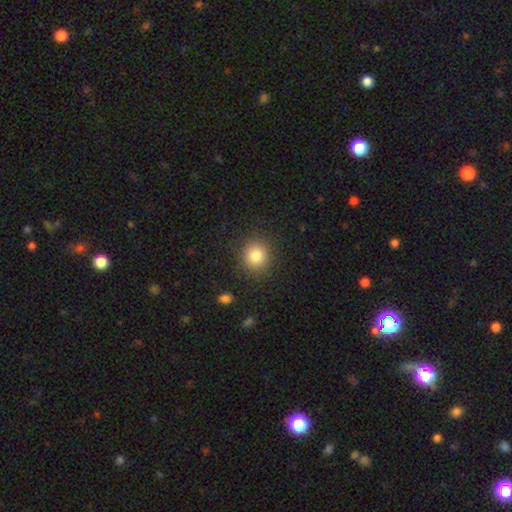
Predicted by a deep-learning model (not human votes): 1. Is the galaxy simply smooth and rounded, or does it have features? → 82% smooth, 11% star or artifact, 6% featured or disk.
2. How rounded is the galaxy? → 87% round, 12% in between, 1% cigar-shaped.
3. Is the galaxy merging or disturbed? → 89% none, 7% minor disturbance, 3% major disturbance, 1% merger.